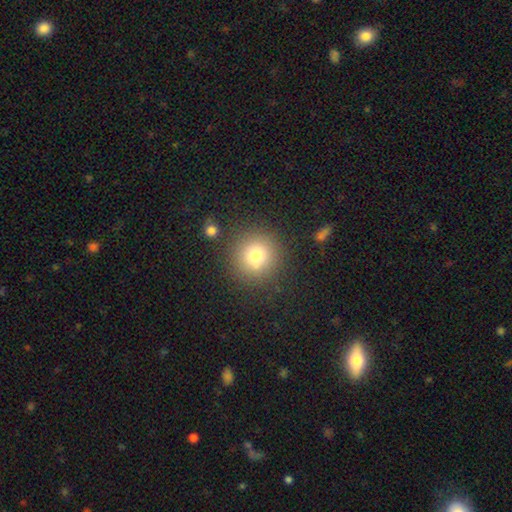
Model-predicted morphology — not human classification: This is likely a smooth galaxy (77%). How rounded: clearly round (94%). Merging: clearly none (84%).